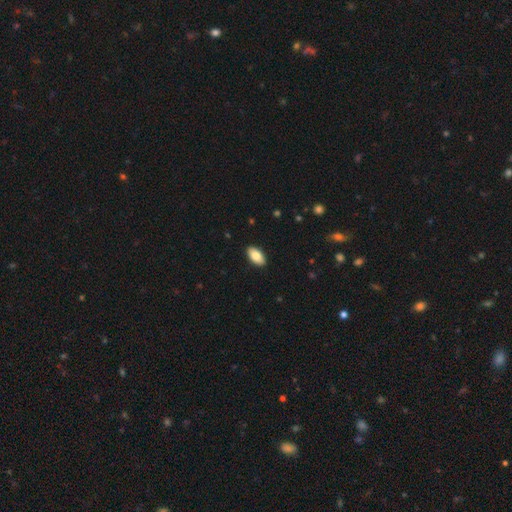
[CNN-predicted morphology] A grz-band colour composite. It shows a smooth galaxy with no disk features (83%) that is in between round and cigar-shaped (94%). Merging: none (90%).